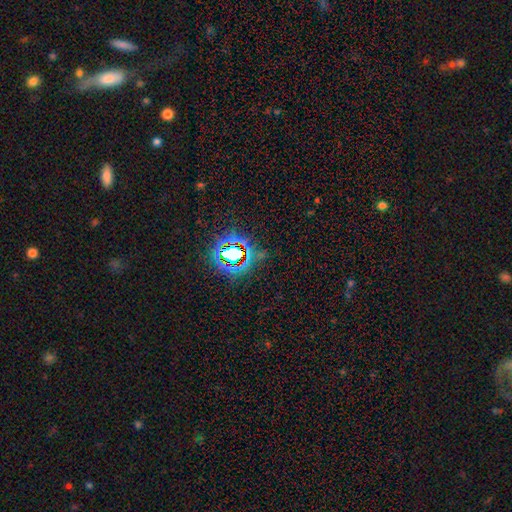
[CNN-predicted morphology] Q: Smooth or featured?
A: star or artifact (77%); runner-up: smooth (14%)